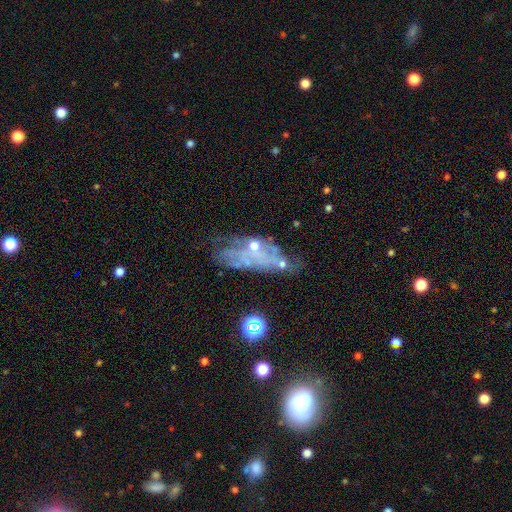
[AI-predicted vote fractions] This appears to be a featured or disk galaxy (60%) with no bar (78%), spiral arms (51%) and a small central bulge (61%). Merging: none (49%).